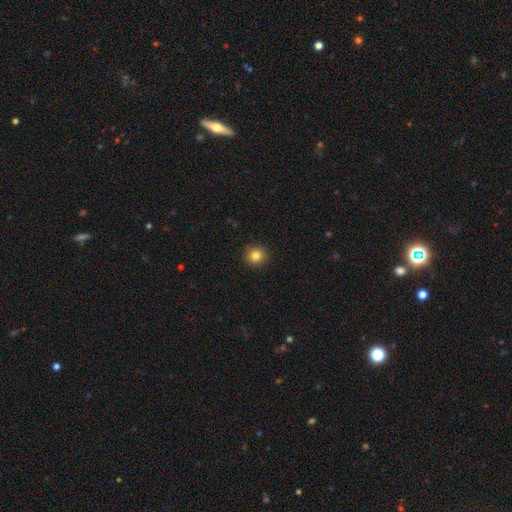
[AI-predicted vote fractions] smooth_or_featured: smooth (p=0.82) [alt: star or artifact p=0.11]
how_rounded: round (p=0.91) [alt: in between p=0.08]
merging: none (p=0.91) [alt: minor disturbance p=0.06]